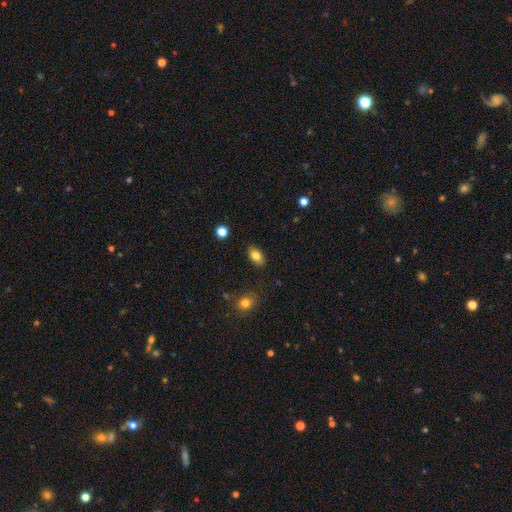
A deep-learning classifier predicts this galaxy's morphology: The model was most divided on "smooth or featured": smooth: 82%, featured or disk: 9%, star or artifact: 9%. More confident: how rounded — in between (88%); merging — none (84%).